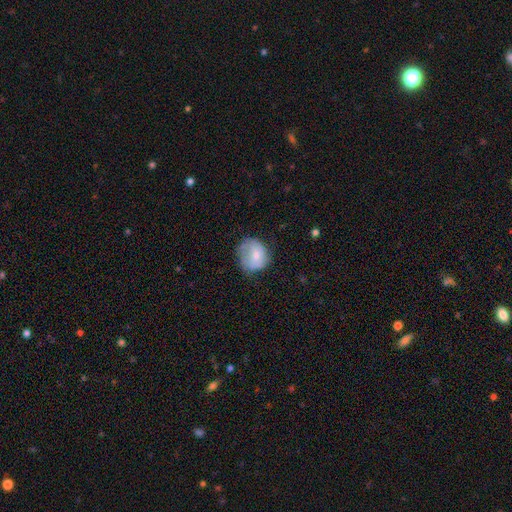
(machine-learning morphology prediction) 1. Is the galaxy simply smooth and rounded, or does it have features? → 66% smooth, 27% featured or disk, 8% star or artifact.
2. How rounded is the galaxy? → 71% round, 28% in between, 1% cigar-shaped.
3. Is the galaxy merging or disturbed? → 51% none, 32% minor disturbance, 15% major disturbance, 2% merger.